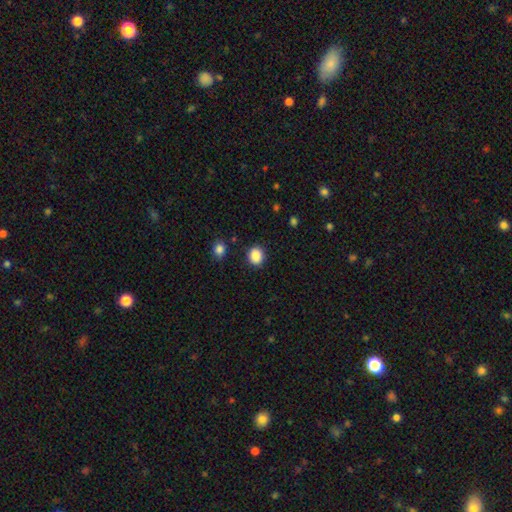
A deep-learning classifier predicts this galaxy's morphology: smooth 88%, star or artifact 9%, featured or disk 3%. Down the decision tree: how rounded — round (71%); merging — none (87%).